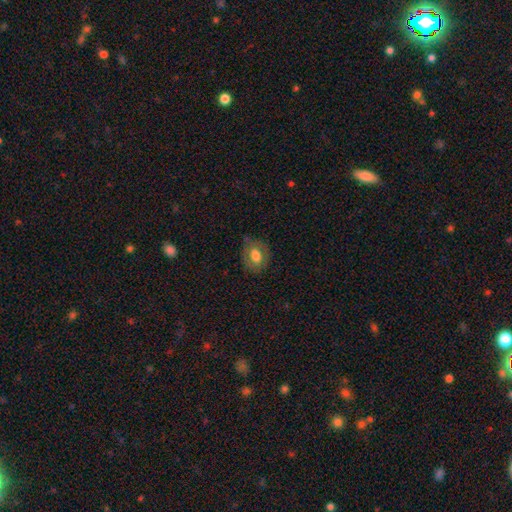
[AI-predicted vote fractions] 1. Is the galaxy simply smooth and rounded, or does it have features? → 62% smooth, 30% featured or disk, 8% star or artifact.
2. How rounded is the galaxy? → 62% in between, 37% round, 1% cigar-shaped.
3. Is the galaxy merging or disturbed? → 72% none, 19% minor disturbance, 7% major disturbance, 1% merger.